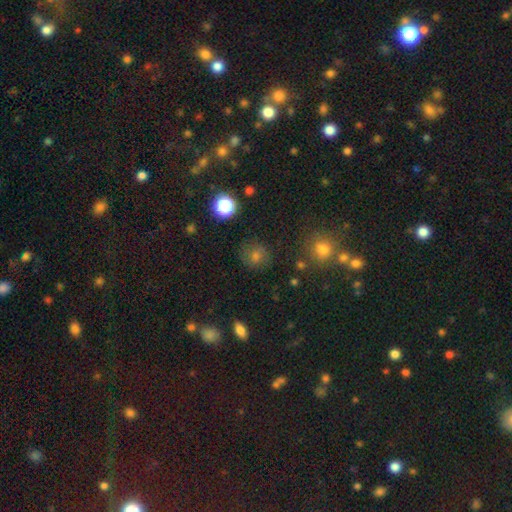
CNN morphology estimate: A smooth galaxy with no disk features (67%) that is round (88%). Merging: none (83%).